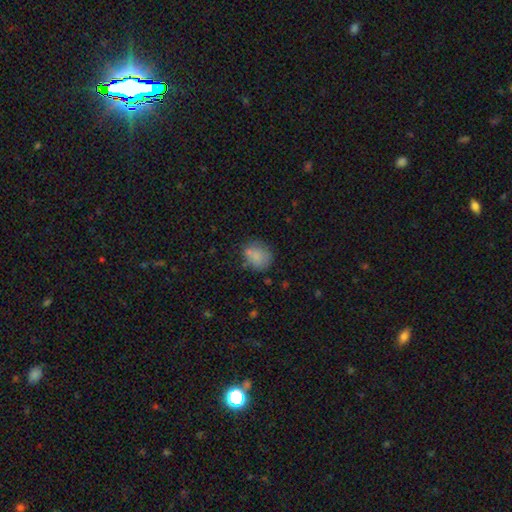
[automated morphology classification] This appears to be a smooth galaxy with no disk features (78%) that is round (67%). Merging: none (62%).